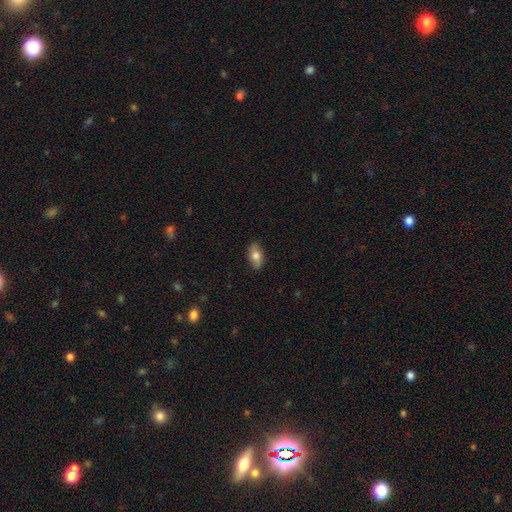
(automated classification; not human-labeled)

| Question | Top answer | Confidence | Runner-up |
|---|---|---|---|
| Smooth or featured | smooth | 76% | featured or disk (17%) |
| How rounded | in between | 88% | cigar-shaped (7%) |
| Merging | none | 86% | minor disturbance (11%) |